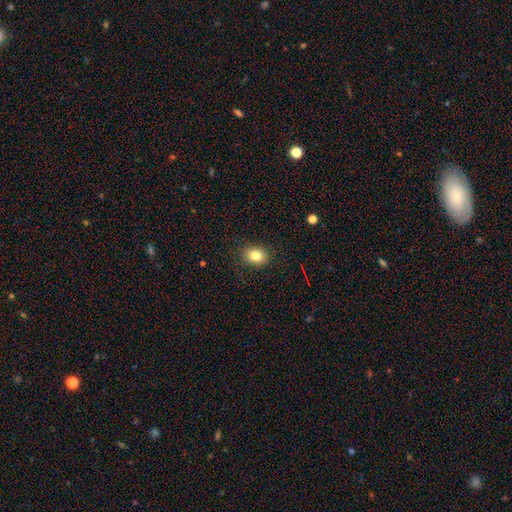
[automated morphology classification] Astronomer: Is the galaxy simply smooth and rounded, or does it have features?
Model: smooth — 81%.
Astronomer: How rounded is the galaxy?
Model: in between — 58% (runner-up: round, 41%).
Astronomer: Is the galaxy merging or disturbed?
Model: none — 87%.